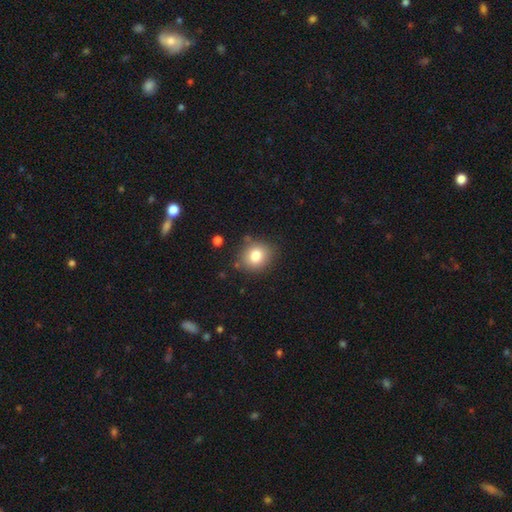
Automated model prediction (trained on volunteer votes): A smooth galaxy with no disk features (80%) that is round (71%).

Vote fractions:
- Smooth or featured? smooth: 80% / star or artifact: 11% / featured or disk: 9%
- How rounded? round: 71% / in between: 29% / cigar-shaped: 1%
- Merging? none: 82% / minor disturbance: 12% / major disturbance: 3% / merger: 3%